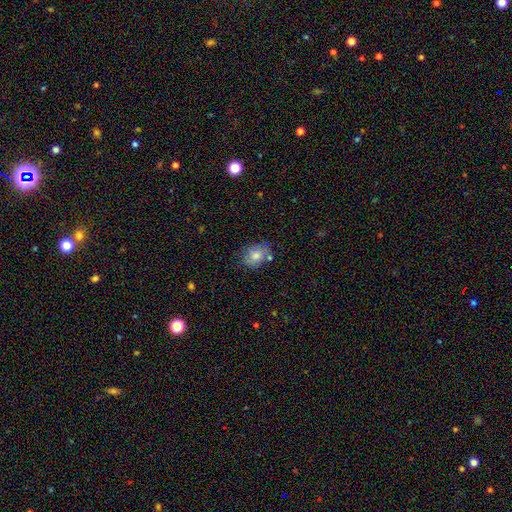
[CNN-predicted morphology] smooth 79%, featured or disk 12%, star or artifact 9%. Down the decision tree: how rounded — in between (52%); merging — none (67%).